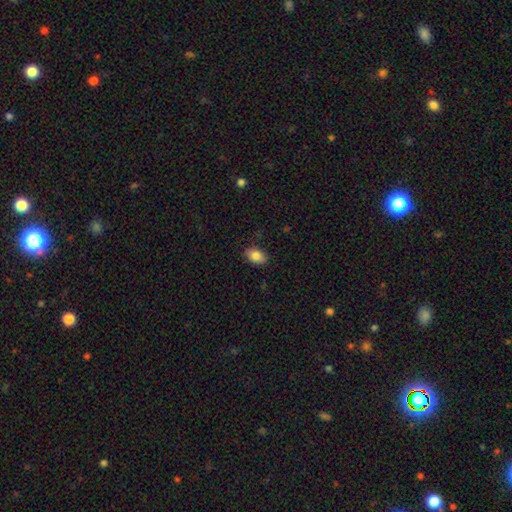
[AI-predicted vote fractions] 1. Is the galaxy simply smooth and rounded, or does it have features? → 84% smooth, 8% featured or disk, 8% star or artifact.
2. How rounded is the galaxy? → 87% in between, 11% round, 2% cigar-shaped.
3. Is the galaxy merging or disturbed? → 85% none, 12% minor disturbance, 2% major disturbance, 1% merger.